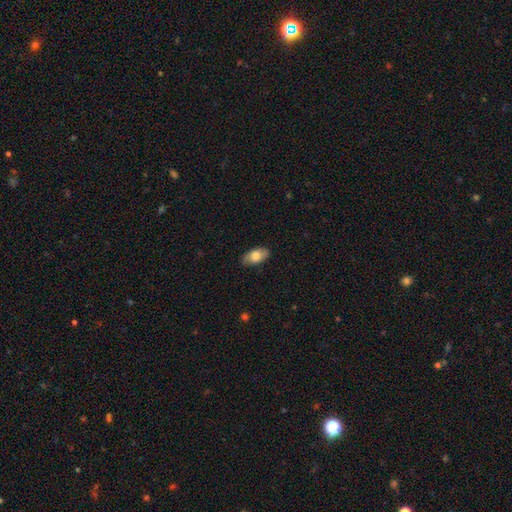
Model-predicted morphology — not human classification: Smooth or featured? Predicted: smooth (p=0.75). How rounded? Predicted: in between (p=0.93). Merging? Predicted: none (p=0.84).